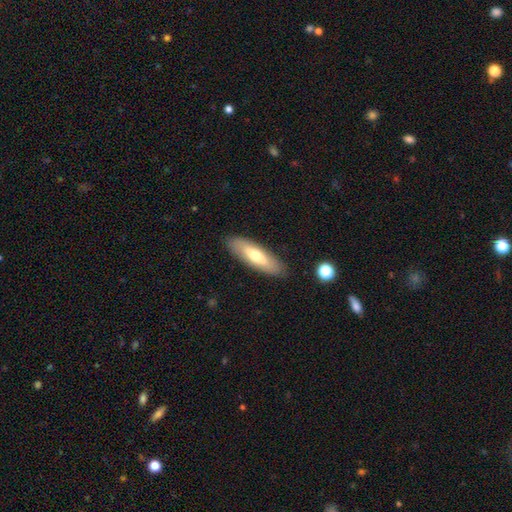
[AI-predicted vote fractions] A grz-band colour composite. It shows a smooth galaxy with no disk features (61%) that is cigar-shaped (53%). Merging: none (87%).